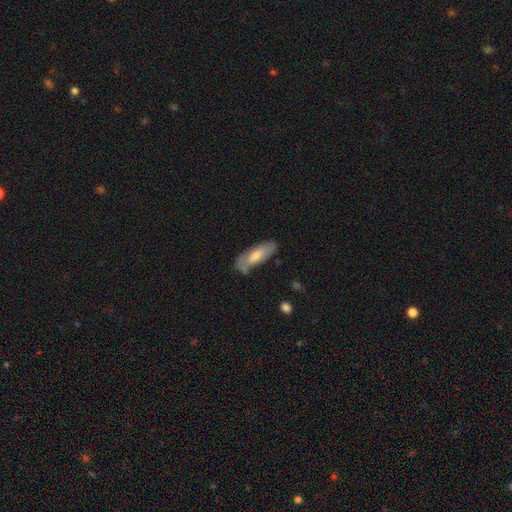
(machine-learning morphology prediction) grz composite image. It shows a smooth galaxy with no disk features (48%). Merging: none (61%).